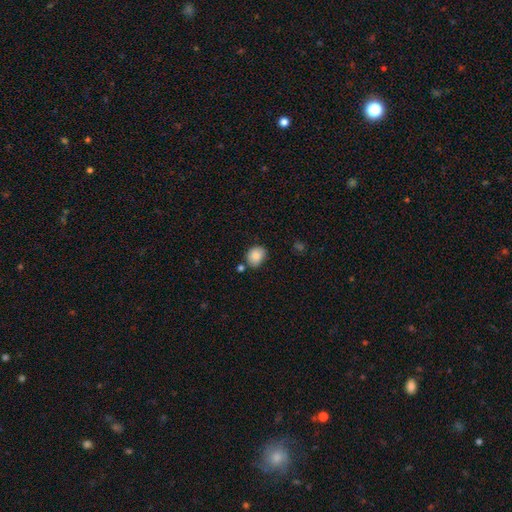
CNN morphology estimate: Overall: smooth (86%). How rounded: in between (50%; round 49%). Merging: none (72%).